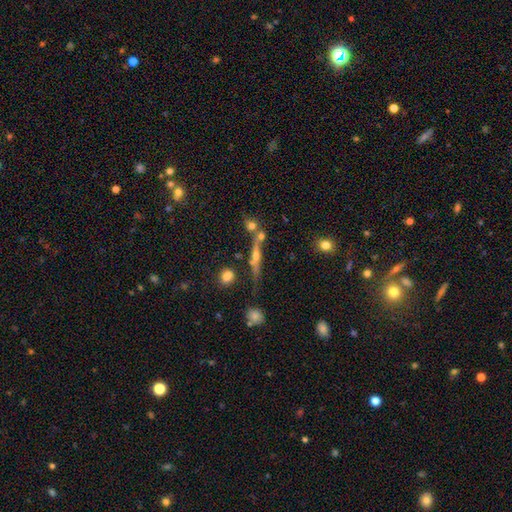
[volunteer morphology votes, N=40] Smooth or featured?
  - featured or disk: 75% *
  - smooth: 18%
  - star or artifact: 8%
Edge-on disk?
  - yes: 97% *
  - no: 3%
Edge-on bulge?
  - rounded: 83% *
  - none: 17%
  - boxy: 0%
Merging?
  - none: 54% *
  - minor disturbance: 27%
  - merger: 11%
  - major disturbance: 8%